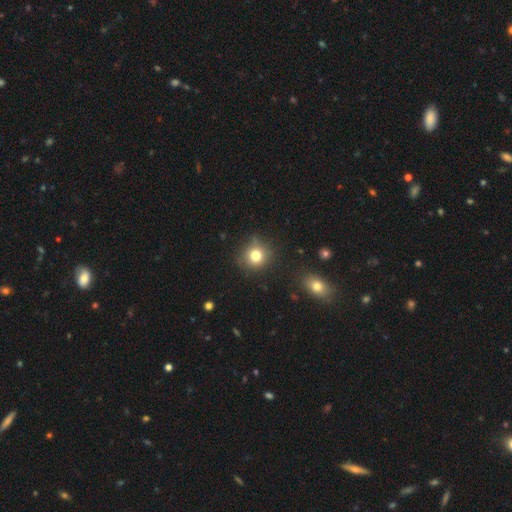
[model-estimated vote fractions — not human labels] Smooth or featured? Predicted: smooth (p=0.78). How rounded? Predicted: round (p=0.90). Merging? Predicted: none (p=0.83).